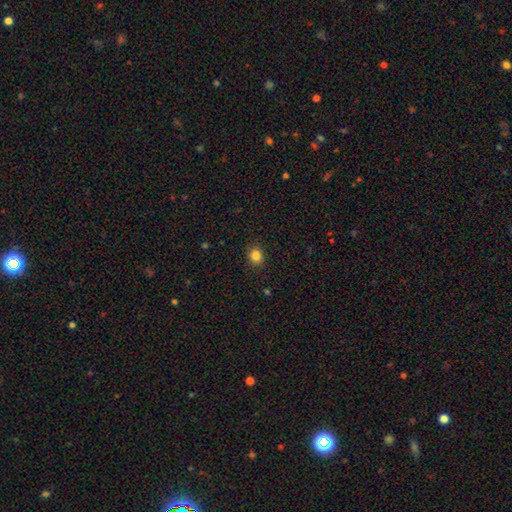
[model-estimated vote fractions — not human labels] Smooth or featured?
  - smooth: 84% *
  - star or artifact: 11%
  - featured or disk: 4%
How rounded?
  - round: 68% *
  - in between: 31%
  - cigar-shaped: 1%
Merging?
  - none: 89% *
  - minor disturbance: 8%
  - major disturbance: 2%
  - merger: 1%